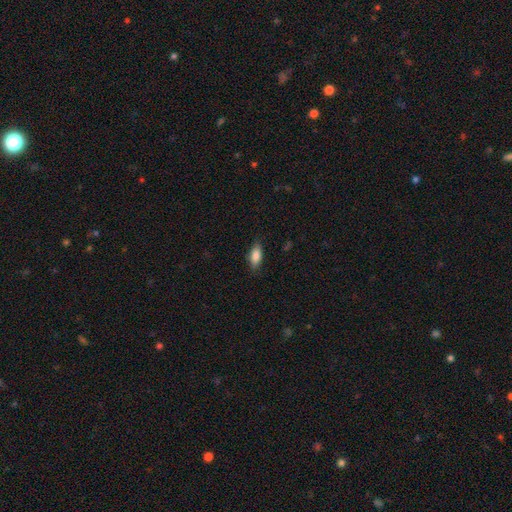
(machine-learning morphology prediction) type=smooth (84%); roundness=in between (82%); merging=none (84%).